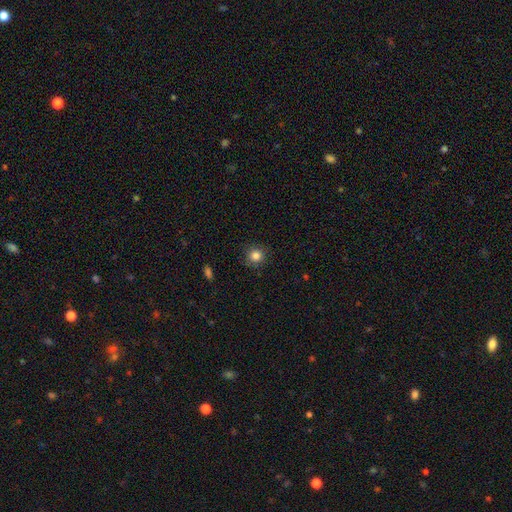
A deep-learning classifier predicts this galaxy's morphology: Smooth or featured? smooth (83%)
How rounded? round (92%)
Merging? none (87%)